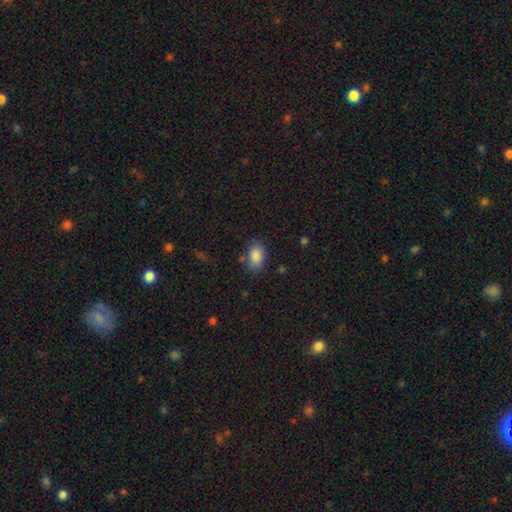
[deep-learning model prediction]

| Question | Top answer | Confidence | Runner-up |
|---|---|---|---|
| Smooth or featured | smooth | 87% | star or artifact (8%) |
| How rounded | in between | 87% | round (11%) |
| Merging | none | 75% | minor disturbance (16%) |